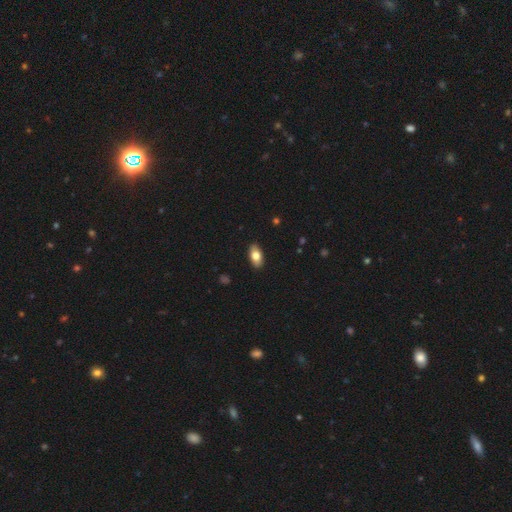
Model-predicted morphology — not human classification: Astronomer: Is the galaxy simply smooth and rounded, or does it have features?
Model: smooth — 78%.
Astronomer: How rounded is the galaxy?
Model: in between — 91%.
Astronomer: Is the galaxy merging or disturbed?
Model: none — 89%.